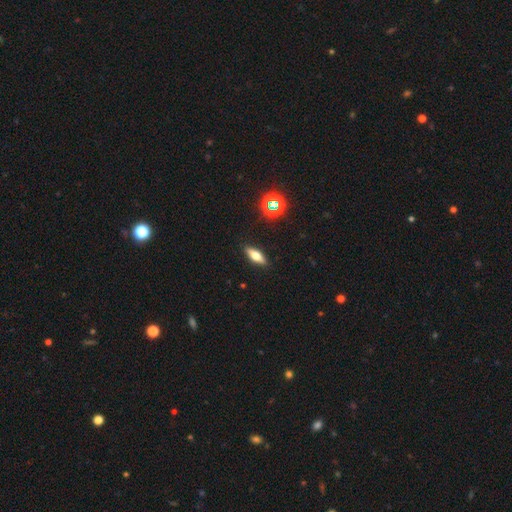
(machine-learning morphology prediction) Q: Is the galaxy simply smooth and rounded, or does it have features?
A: smooth — 54%.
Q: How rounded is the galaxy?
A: in between — 57%.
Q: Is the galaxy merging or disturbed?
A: none — 89%.